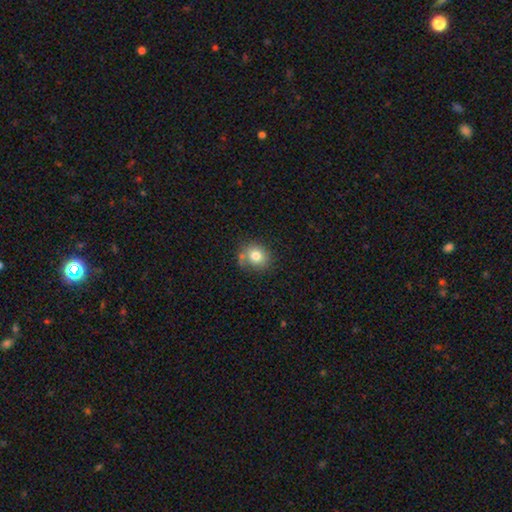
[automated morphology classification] smooth_or_featured: smooth (p=0.78) [alt: featured or disk p=0.12]
how_rounded: round (p=0.74) [alt: in between p=0.25]
merging: none (p=0.67) [alt: minor disturbance p=0.17]